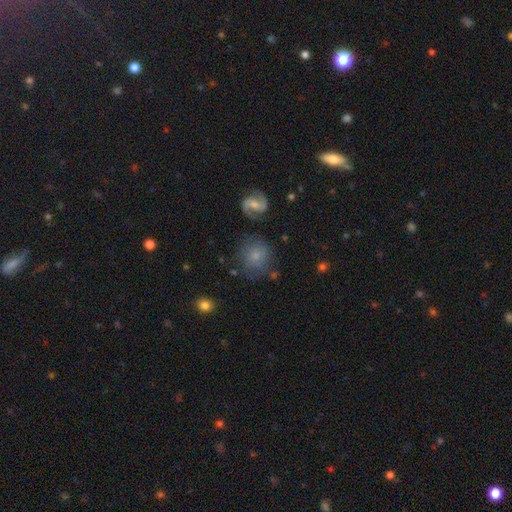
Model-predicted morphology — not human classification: The model was most divided on "smooth or featured": smooth: 60%, featured or disk: 29%, star or artifact: 11%. More confident: how rounded — round (85%); merging — none (68%).